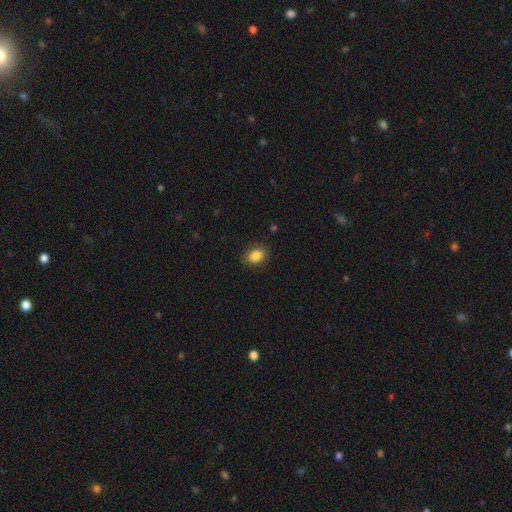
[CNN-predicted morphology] smooth-or-featured: smooth: 86% | star or artifact: 9% | featured or disk: 5%
  how-rounded: in between: 63% | round: 36% | cigar-shaped: 1%
  merging: none: 87% | minor disturbance: 9% | major disturbance: 3% | merger: 1%